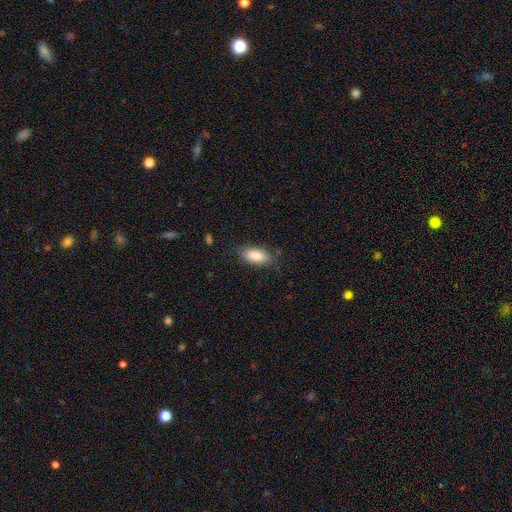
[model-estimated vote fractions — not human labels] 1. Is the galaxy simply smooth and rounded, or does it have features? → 87% smooth, 6% star or artifact, 6% featured or disk.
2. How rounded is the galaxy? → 88% in between, 10% cigar-shaped, 2% round.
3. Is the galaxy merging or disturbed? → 77% none, 17% minor disturbance, 5% major disturbance, 1% merger.